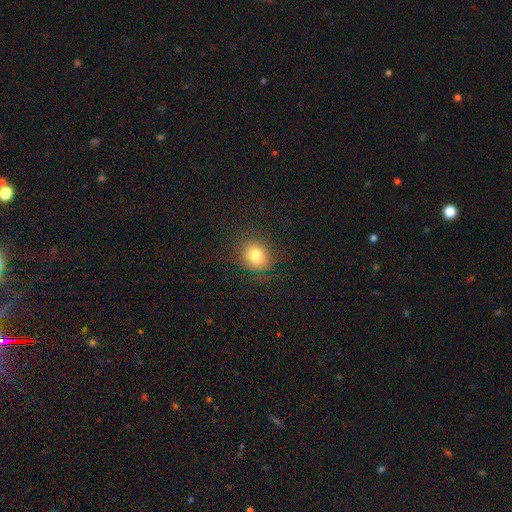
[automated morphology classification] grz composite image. It shows a smooth galaxy with no disk features (79%) that is round (75%). Merging: none (83%).